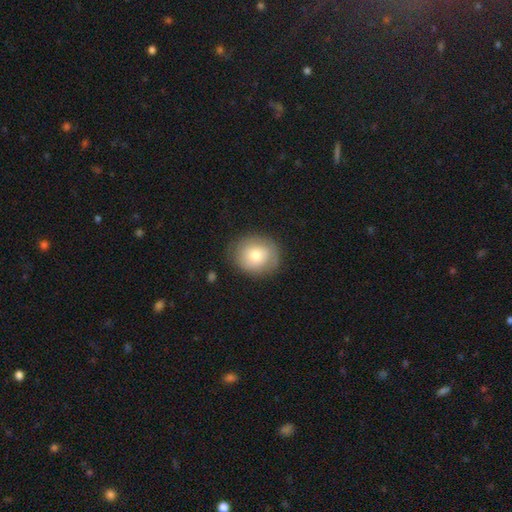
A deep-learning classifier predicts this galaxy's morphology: This appears to be a smooth galaxy with no disk features (70%) that is round (73%). Merging: none (80%).